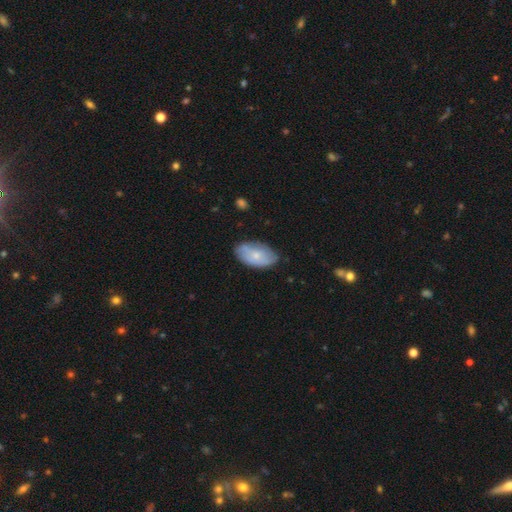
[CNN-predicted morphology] type=smooth (61%); roundness=in between (94%); merging=none (71%).